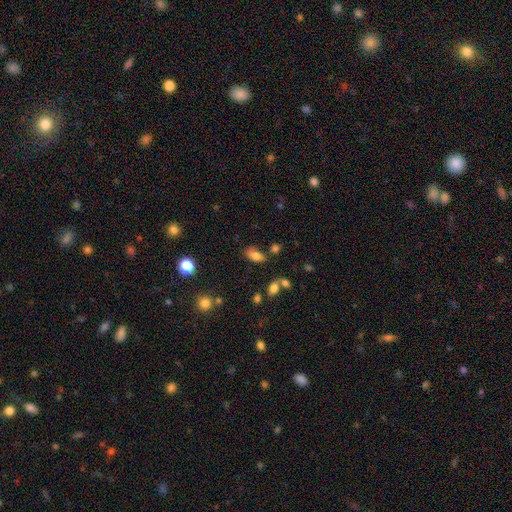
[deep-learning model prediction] smooth-or-featured: smooth: 76% | featured or disk: 13% | star or artifact: 11%
  how-rounded: in between: 87% | cigar-shaped: 7% | round: 5%
  merging: none: 61% | minor disturbance: 21% | merger: 10% | major disturbance: 8%